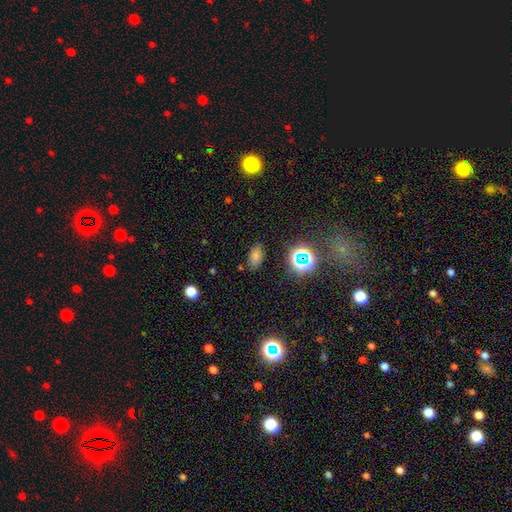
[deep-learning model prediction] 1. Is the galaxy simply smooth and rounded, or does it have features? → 52% smooth, 35% star or artifact, 12% featured or disk.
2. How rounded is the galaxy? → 79% in between, 17% round, 4% cigar-shaped.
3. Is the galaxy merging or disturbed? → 81% none, 12% minor disturbance, 4% major disturbance, 3% merger.